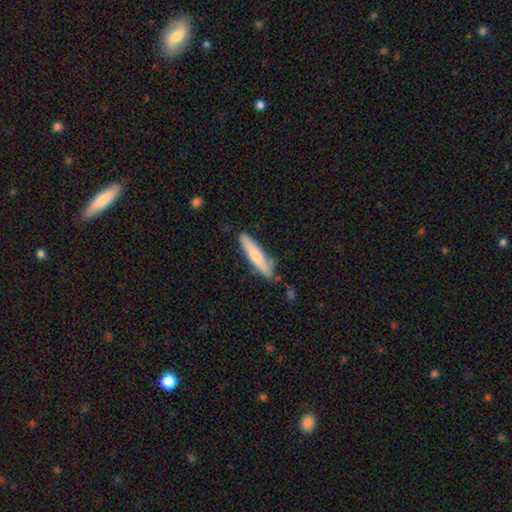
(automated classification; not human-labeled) A smooth galaxy with no disk features (66%) that is cigar-shaped (84%). Merging: none (76%).